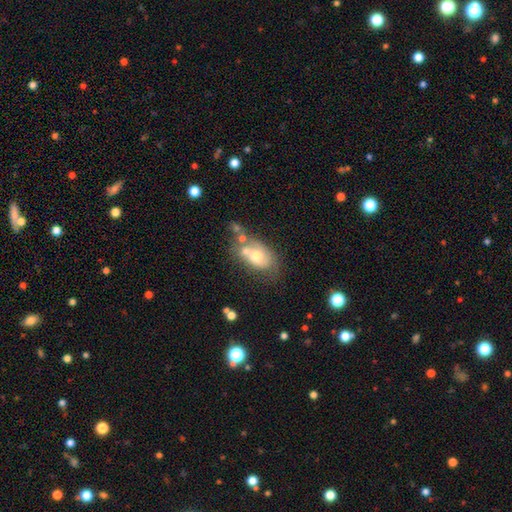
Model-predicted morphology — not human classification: Smooth or featured?
  - smooth: 54% *
  - featured or disk: 38%
  - star or artifact: 9%
How rounded?
  - in between: 83% *
  - round: 14%
  - cigar-shaped: 2%
Merging?
  - merger: 36% *
  - none: 32%
  - minor disturbance: 20%
  - major disturbance: 12%